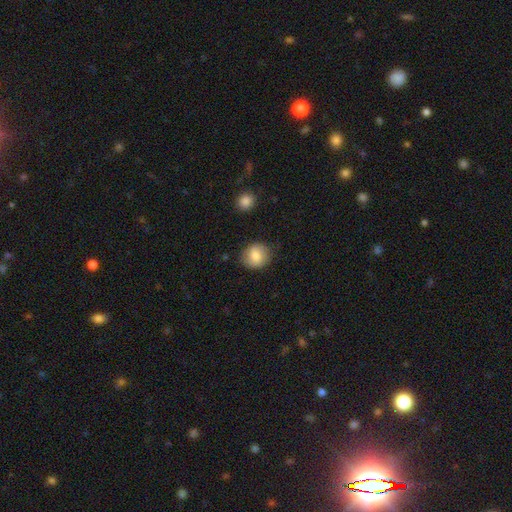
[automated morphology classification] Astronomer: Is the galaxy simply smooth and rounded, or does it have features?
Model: smooth — 82%.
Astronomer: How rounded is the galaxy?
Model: round — 76%.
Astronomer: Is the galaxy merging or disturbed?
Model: none — 81%.